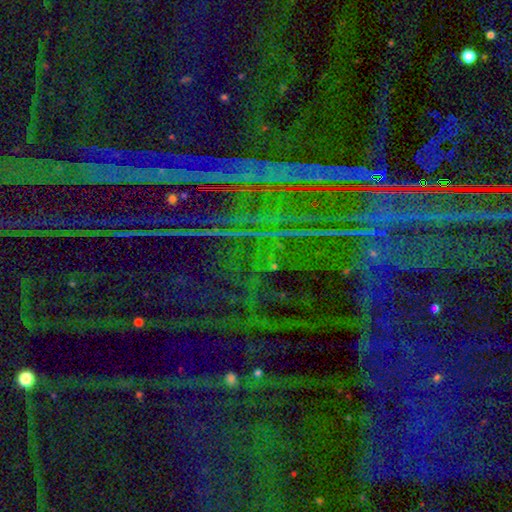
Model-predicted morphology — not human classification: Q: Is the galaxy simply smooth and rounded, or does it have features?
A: star or artifact — 87%.